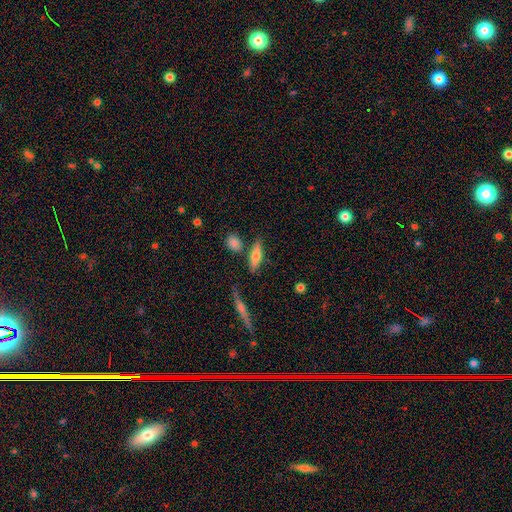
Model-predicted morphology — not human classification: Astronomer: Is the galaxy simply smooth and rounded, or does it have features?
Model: smooth — 56% (runner-up: featured or disk, 36%).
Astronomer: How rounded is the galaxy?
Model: cigar-shaped — 54% (runner-up: in between, 42%).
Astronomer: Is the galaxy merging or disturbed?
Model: none — 75%.